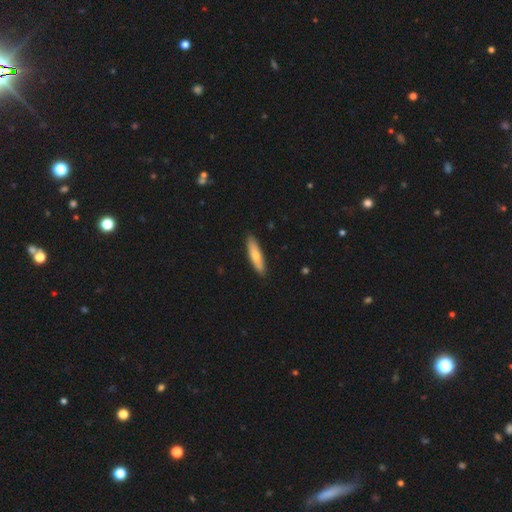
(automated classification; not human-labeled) Smooth or featured? Predicted: smooth (p=0.70). How rounded? Predicted: cigar-shaped (p=0.76). Merging? Predicted: none (p=0.90).